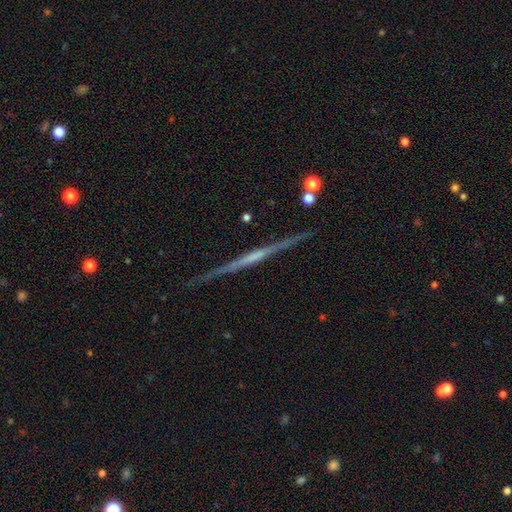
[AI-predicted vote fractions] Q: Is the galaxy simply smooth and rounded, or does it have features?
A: featured or disk — 80%.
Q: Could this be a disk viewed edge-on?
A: yes — 98%.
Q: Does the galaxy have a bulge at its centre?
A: none — 54%.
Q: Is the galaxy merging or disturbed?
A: none — 87%.